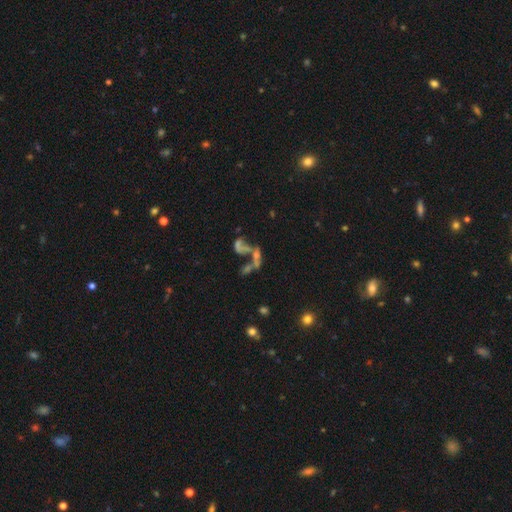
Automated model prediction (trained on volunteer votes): This appears to be a featured or disk galaxy (42%). Merging: merger (50%).